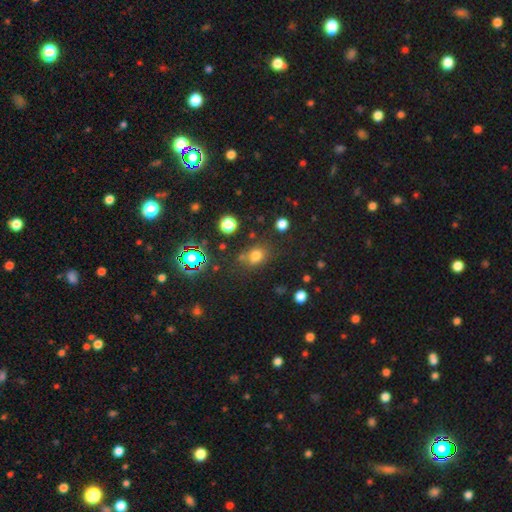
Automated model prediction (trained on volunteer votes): Overall: smooth (73%). How rounded: round (55%; in between 43%). Merging: none (67%).